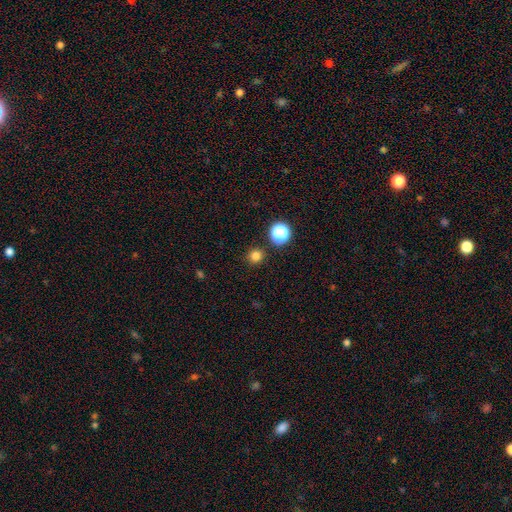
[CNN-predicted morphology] Q: Smooth or featured?
A: smooth (80%); runner-up: star or artifact (16%)
Q: How rounded?
A: round (93%); runner-up: in between (6%)
Q: Merging?
A: none (90%); runner-up: minor disturbance (6%)